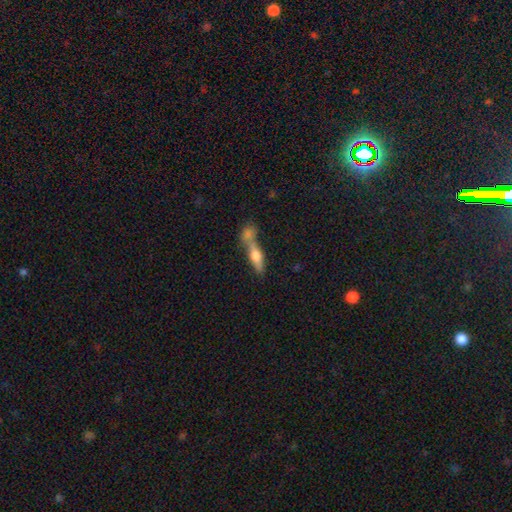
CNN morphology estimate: This appears to be a smooth galaxy with no disk features (50%). Merging: merger (48%).